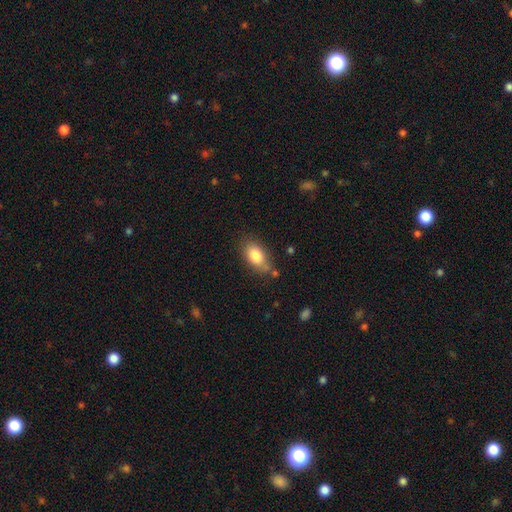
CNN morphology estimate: Smooth or featured? Predicted: smooth (p=0.82). How rounded? Predicted: in between (p=0.88). Merging? Predicted: none (p=0.69).